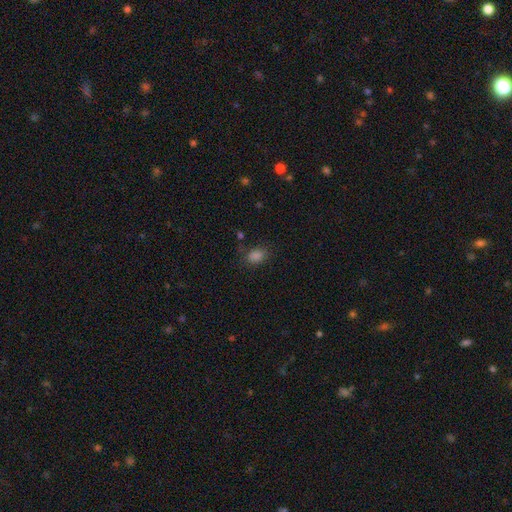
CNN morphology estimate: This is clearly a smooth galaxy (81%). How rounded: likely in between (72%). Merging: likely none (78%).